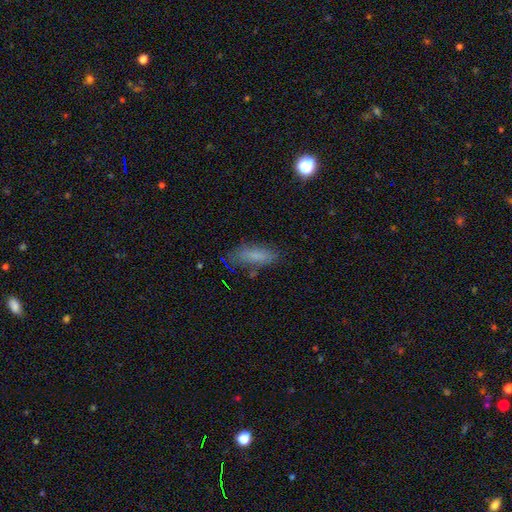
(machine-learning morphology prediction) A smooth galaxy with no disk features (74%) that is in between round and cigar-shaped (58%). Merging: none (70%).